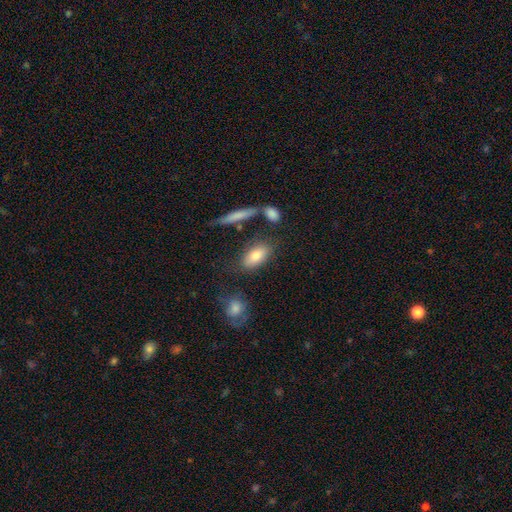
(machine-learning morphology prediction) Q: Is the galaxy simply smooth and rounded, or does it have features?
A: smooth — 79%.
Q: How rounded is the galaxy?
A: in between — 87%.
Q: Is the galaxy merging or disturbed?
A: none — 70%.